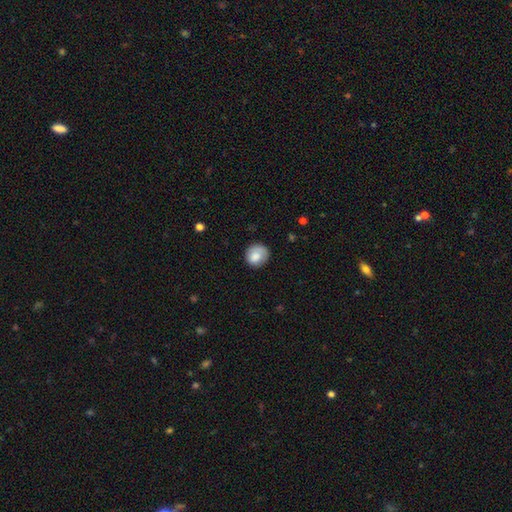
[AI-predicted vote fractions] This appears to be a smooth galaxy with no disk features (80%) that is round (80%). Merging: none (72%).